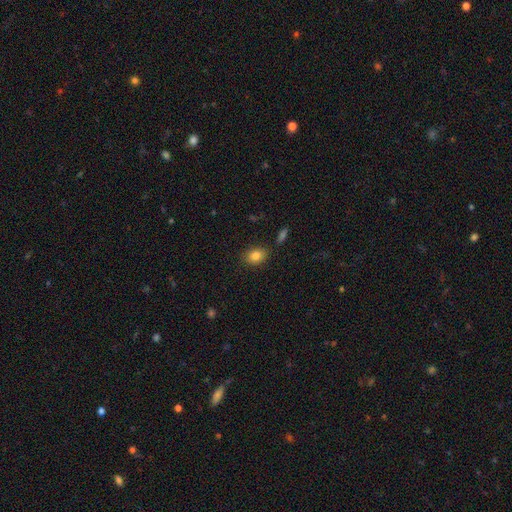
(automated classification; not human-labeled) smooth 84%, star or artifact 9%, featured or disk 7%. Down the decision tree: how rounded — in between (70%); merging — none (81%).